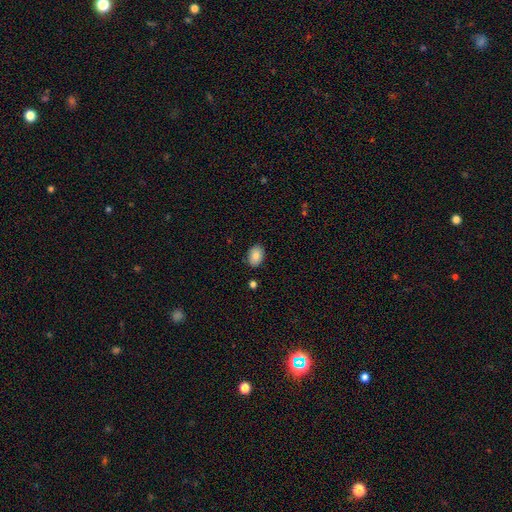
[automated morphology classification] Overall: smooth (84%). How rounded: in between (82%). Merging: none (86%).